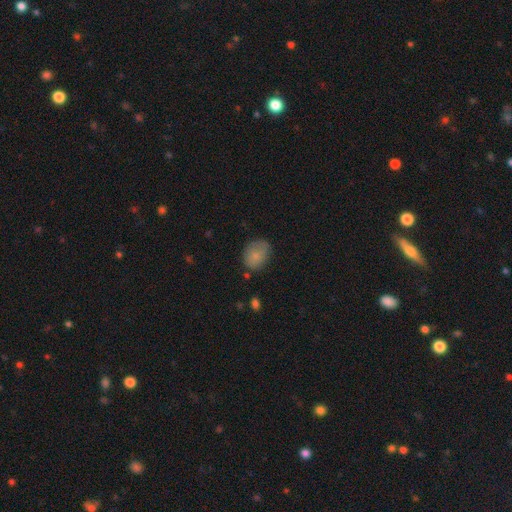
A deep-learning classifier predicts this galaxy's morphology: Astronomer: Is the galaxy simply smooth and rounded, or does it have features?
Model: smooth — 78%.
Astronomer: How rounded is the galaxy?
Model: in between — 62% (runner-up: round, 37%).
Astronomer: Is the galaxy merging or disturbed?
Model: none — 66%.